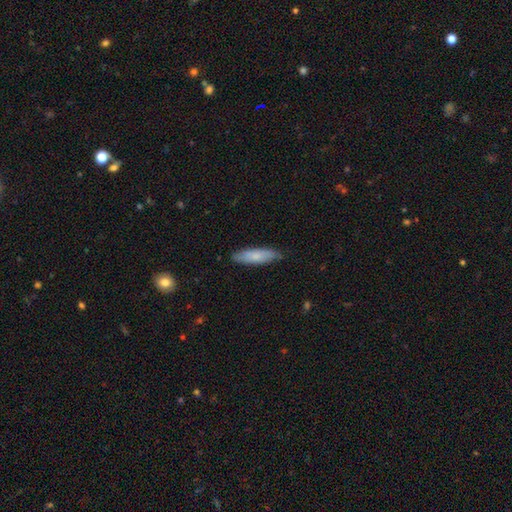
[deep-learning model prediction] This appears to be a smooth galaxy with no disk features (74%) that is cigar-shaped (65%). Merging: none (84%).